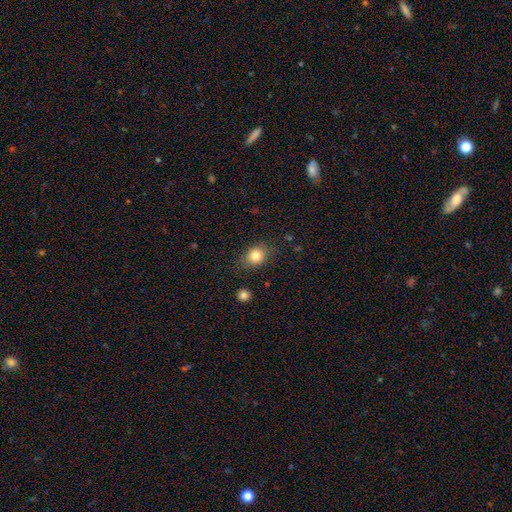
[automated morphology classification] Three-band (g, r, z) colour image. It shows a smooth galaxy with no disk features (82%) that is in between round and cigar-shaped (53%). Merging: none (78%).